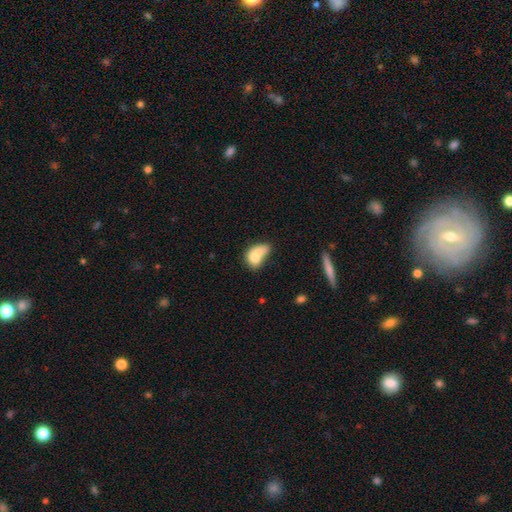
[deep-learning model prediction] This appears to be a smooth galaxy with no disk features (70%) that is in between round and cigar-shaped (73%). Merging: merger (53%).